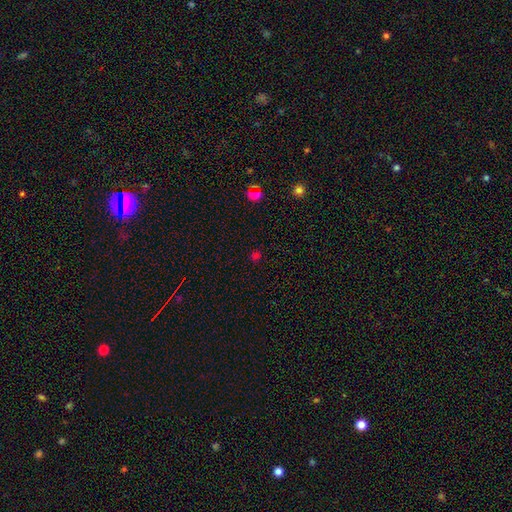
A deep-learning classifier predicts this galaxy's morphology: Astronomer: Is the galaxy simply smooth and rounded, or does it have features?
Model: smooth — 57% (runner-up: star or artifact, 38%).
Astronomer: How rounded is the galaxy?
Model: round — 84%.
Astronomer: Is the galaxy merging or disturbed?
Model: none — 82%.